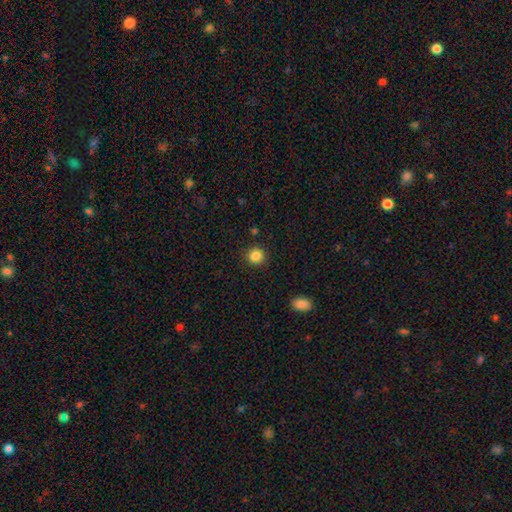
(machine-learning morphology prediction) Smooth or featured? Predicted: smooth (p=0.85). How rounded? Predicted: round (p=0.92). Merging? Predicted: none (p=0.90).